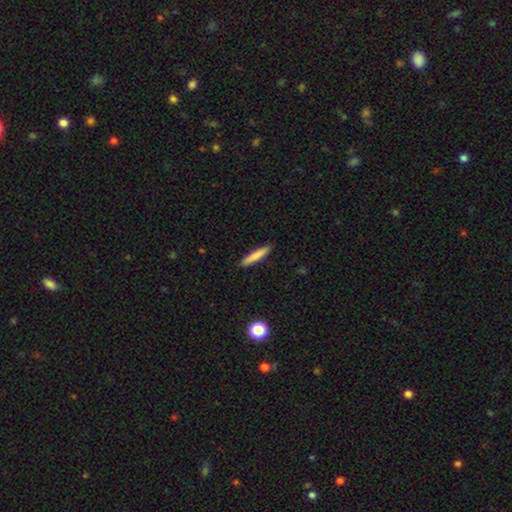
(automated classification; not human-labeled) This appears to be a smooth galaxy with no disk features (80%) that is cigar-shaped (91%). Merging: none (90%).